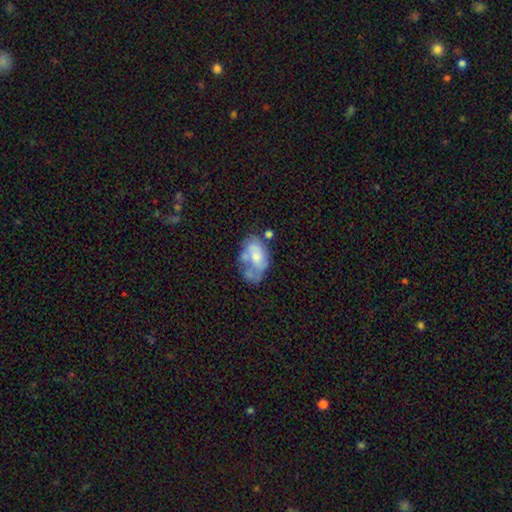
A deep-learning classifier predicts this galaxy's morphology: Smooth or featured? featured or disk (48%)
Merging? none (28%)